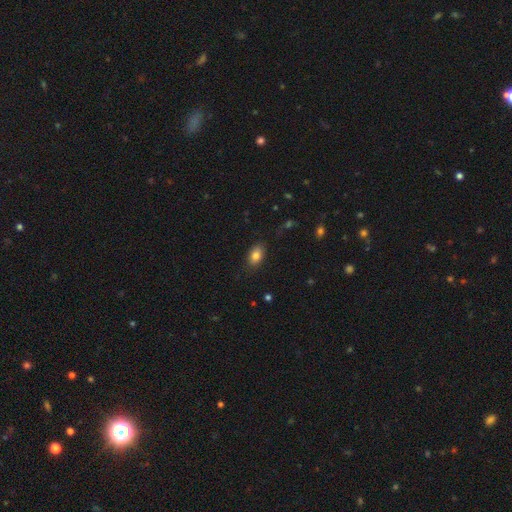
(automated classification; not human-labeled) This is clearly a smooth galaxy (82%). How rounded: clearly in between (87%). Merging: clearly none (84%).